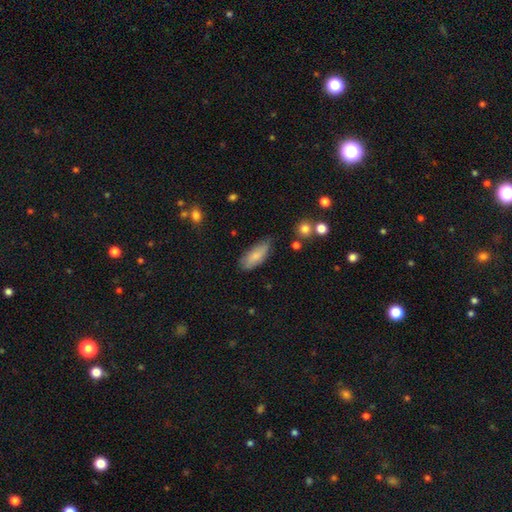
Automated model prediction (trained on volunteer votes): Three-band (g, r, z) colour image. It shows a smooth galaxy with no disk features (77%) that is in between round and cigar-shaped (78%). Merging: none (70%).